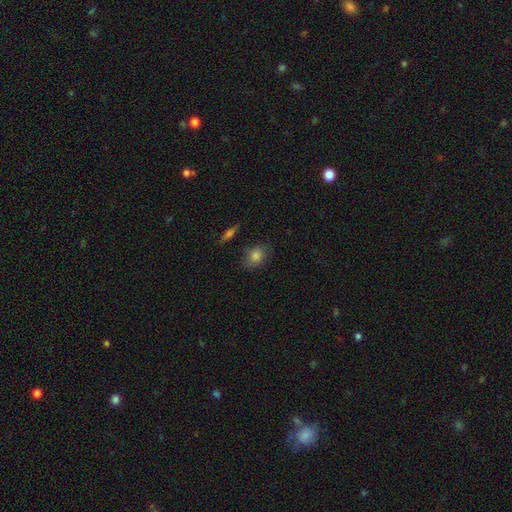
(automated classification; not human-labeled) The model was most divided on "how rounded": in between: 67%, round: 30%, cigar-shaped: 2%. More confident: smooth or featured — smooth (80%); merging — none (75%).